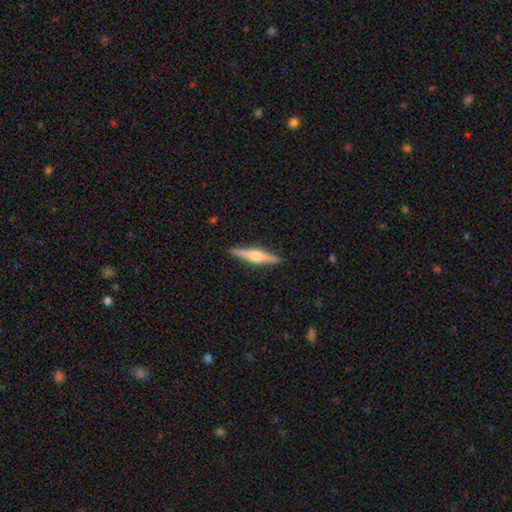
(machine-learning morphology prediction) featured or disk 74%, smooth 20%, star or artifact 5%. Down the decision tree: edge-on disk — yes (98%); edge-on bulge — rounded (91%); merging — none (91%).